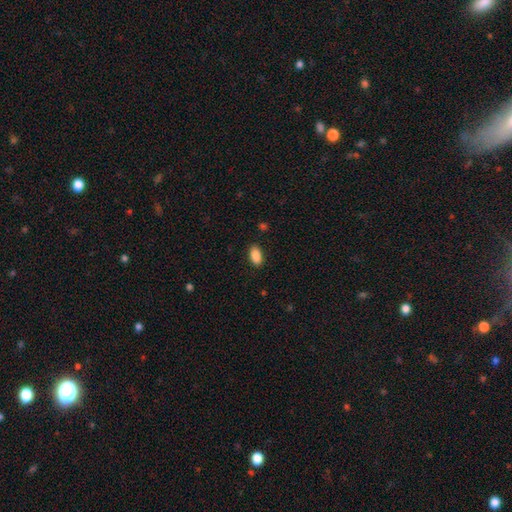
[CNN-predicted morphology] This is clearly a smooth galaxy (88%). How rounded: clearly in between (92%). Merging: clearly none (88%).